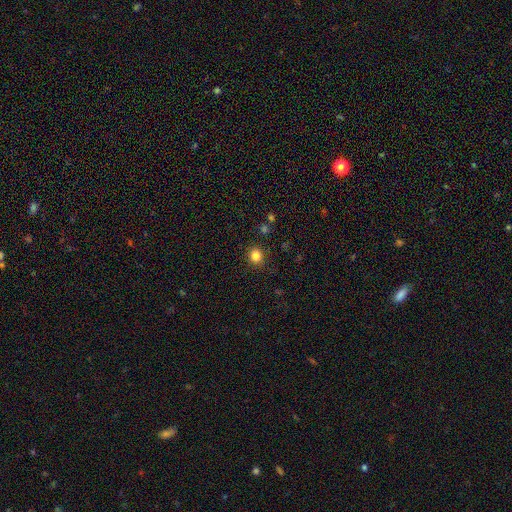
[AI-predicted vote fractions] This appears to be a smooth galaxy with no disk features (84%) that is round (80%). Merging: none (89%).